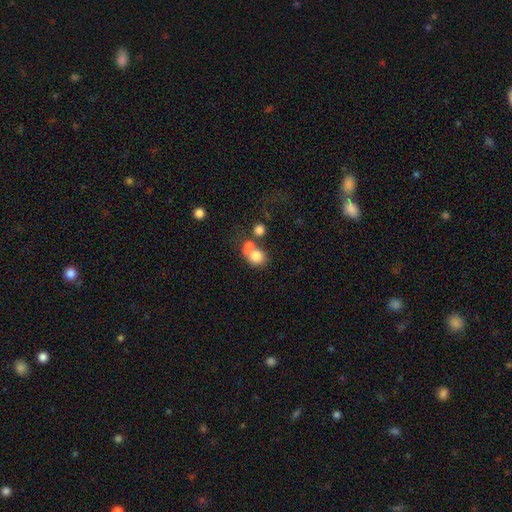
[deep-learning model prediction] Overall: smooth (75%). How rounded: round (73%). Merging: merger (53%; none 33%).